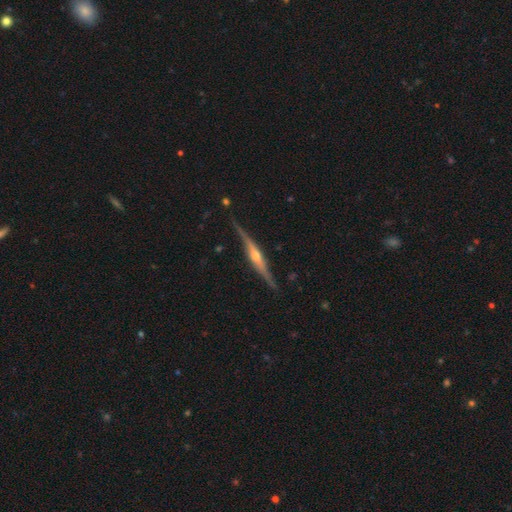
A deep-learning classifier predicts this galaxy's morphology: smooth-or-featured: featured or disk: 86% | smooth: 9% | star or artifact: 5%
  disk-edge-on: yes: 97% | no: 3%
    edge-on-bulge: rounded: 90% | boxy: 5% | none: 5%
  merging: none: 84% | minor disturbance: 12% | major disturbance: 2% | merger: 2%